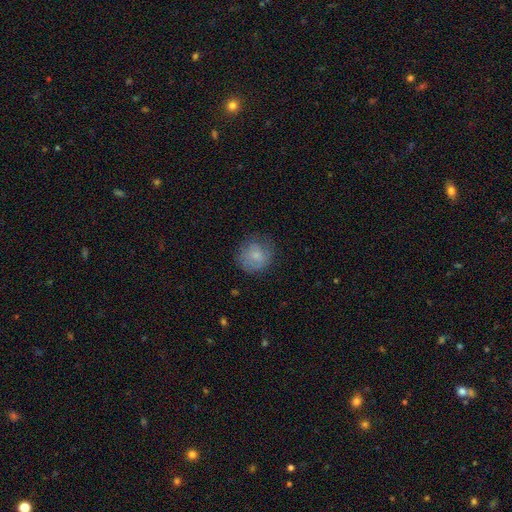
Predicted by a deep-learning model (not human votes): Smooth or featured? smooth (76%)
How rounded? round (85%)
Merging? none (72%)